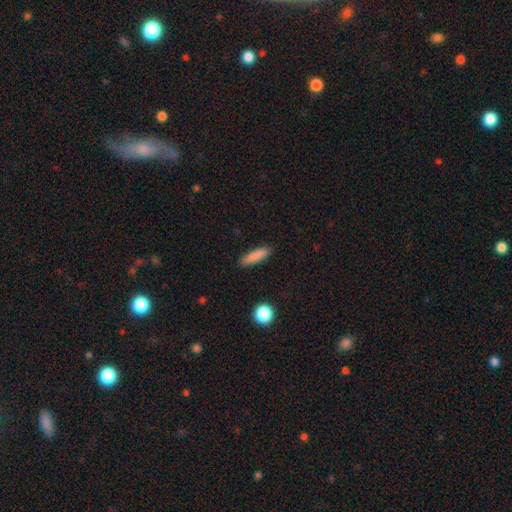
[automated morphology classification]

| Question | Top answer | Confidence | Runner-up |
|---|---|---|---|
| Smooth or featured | smooth | 85% | star or artifact (8%) |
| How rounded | cigar-shaped | 71% | in between (27%) |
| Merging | none | 87% | minor disturbance (9%) |